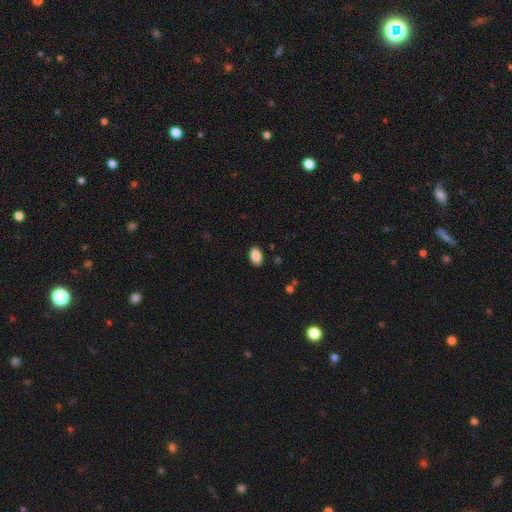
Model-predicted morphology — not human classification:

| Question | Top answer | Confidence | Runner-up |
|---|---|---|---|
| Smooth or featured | smooth | 89% | star or artifact (8%) |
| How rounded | in between | 91% | round (8%) |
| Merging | none | 88% | minor disturbance (9%) |